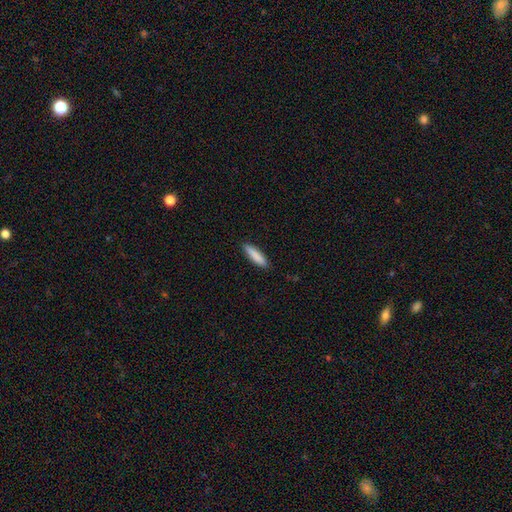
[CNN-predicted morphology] The model was most divided on "how rounded": cigar-shaped: 78%, in between: 21%, round: 1%. More confident: merging — none (89%); smooth or featured — smooth (86%).